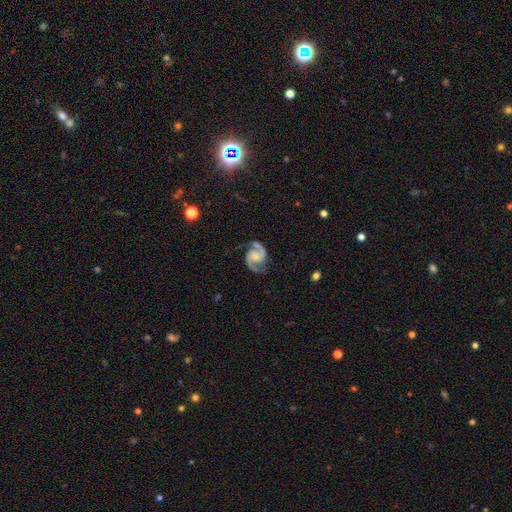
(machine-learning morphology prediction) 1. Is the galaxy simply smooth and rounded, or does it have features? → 92% featured or disk, 4% star or artifact, 4% smooth.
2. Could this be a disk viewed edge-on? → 98% no, 2% yes.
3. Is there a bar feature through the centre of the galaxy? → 58% no, 33% weak, 9% strong.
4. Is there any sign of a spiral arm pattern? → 98% yes, 2% no.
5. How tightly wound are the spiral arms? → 61% medium, 23% tight, 16% loose.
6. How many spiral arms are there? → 94% 2, 1% can't tell, 1% 1, 1% 3, 1% 4, 1% more than 4.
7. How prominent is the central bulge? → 42% small, 34% moderate, 18% none, 4% large, 1% dominant.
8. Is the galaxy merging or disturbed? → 78% none, 15% minor disturbance, 5% major disturbance, 2% merger.